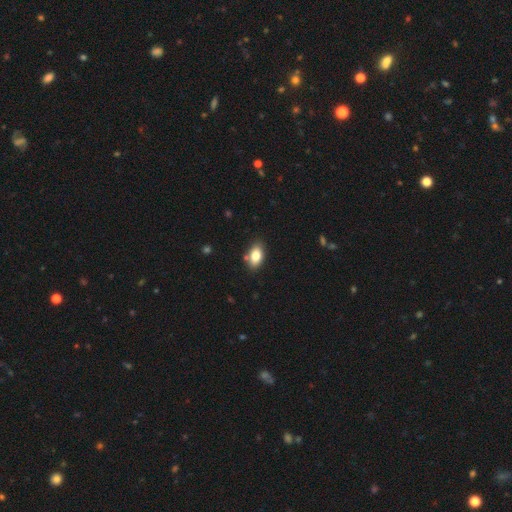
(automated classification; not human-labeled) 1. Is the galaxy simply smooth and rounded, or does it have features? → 81% smooth, 10% featured or disk, 8% star or artifact.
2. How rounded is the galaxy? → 89% in between, 9% round, 2% cigar-shaped.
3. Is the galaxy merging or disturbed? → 80% none, 13% minor disturbance, 5% merger, 3% major disturbance.